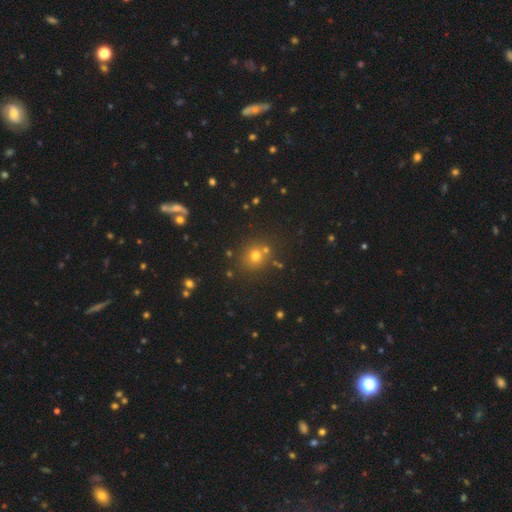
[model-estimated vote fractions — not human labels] This appears to be a smooth galaxy with no disk features (65%) that is round (86%). Merging: none (75%).